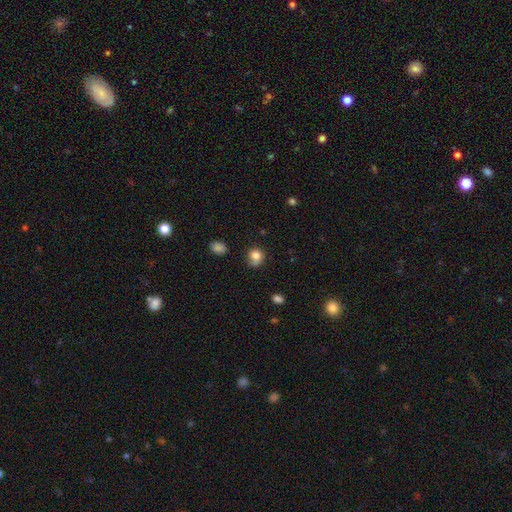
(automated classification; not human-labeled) smooth_or_featured: smooth (p=0.81) [alt: star or artifact p=0.11]
how_rounded: round (p=0.78) [alt: in between p=0.21]
merging: none (p=0.57) [alt: minor disturbance p=0.29]